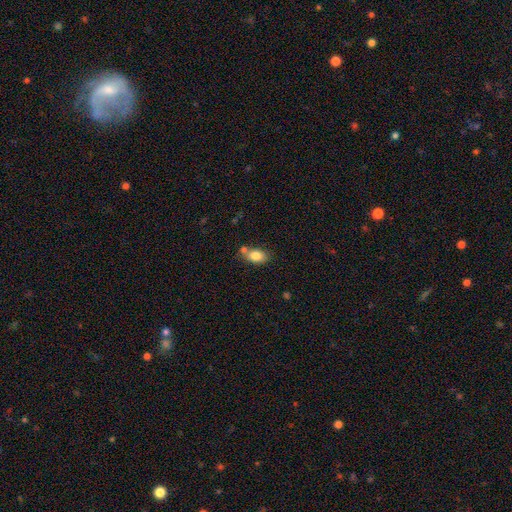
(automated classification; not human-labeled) This appears to be a smooth galaxy with no disk features (83%) that is in between round and cigar-shaped (84%). Merging: none (60%).